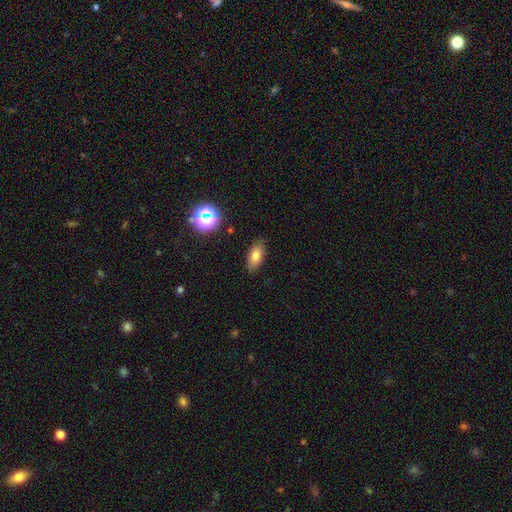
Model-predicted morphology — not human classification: smooth_or_featured: smooth (p=0.77) [alt: featured or disk p=0.12]
how_rounded: in between (p=0.86) [alt: cigar-shaped p=0.08]
merging: none (p=0.87) [alt: minor disturbance p=0.09]